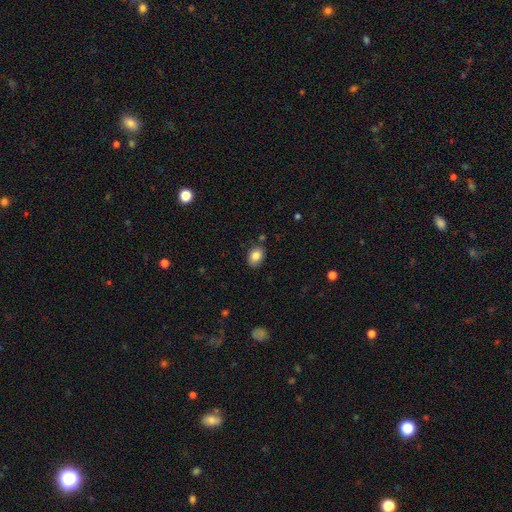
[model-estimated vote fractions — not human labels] smooth_or_featured: smooth (p=0.83) [alt: star or artifact p=0.08]
how_rounded: in between (p=0.72) [alt: round p=0.27]
merging: none (p=0.84) [alt: minor disturbance p=0.11]